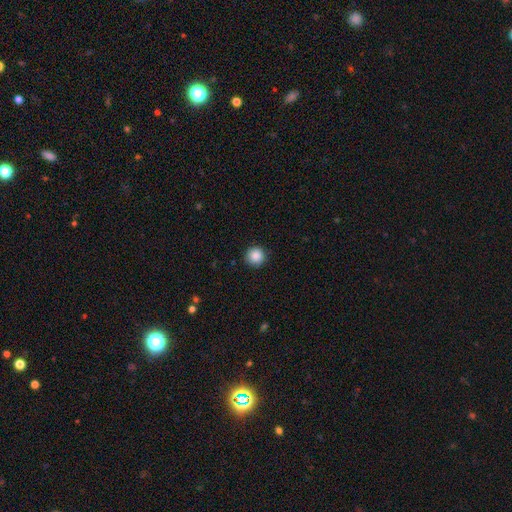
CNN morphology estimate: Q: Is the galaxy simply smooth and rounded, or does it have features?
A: smooth — 88%.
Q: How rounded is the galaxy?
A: round — 95%.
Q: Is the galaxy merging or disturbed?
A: none — 91%.